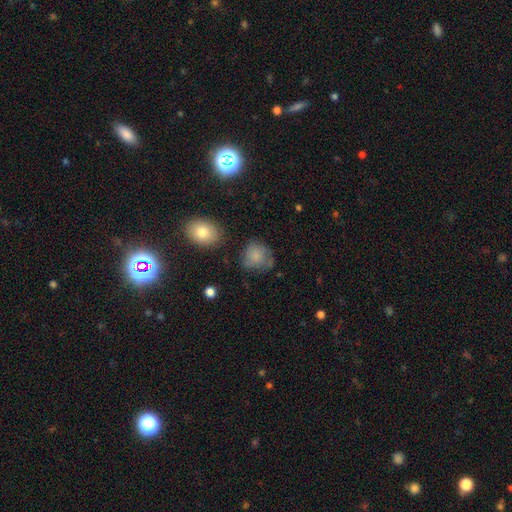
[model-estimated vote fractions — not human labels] Smooth or featured? Predicted: smooth (p=0.75). How rounded? Predicted: round (p=0.78). Merging? Predicted: none (p=0.57).